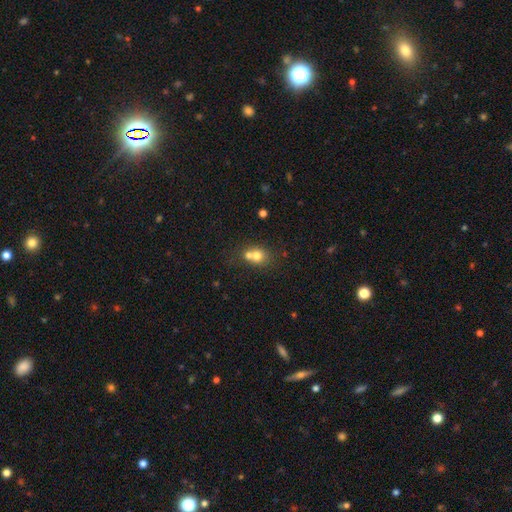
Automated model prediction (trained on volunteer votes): A smooth galaxy with no disk features (70%) that is round (71%). Merging: merger (58%).